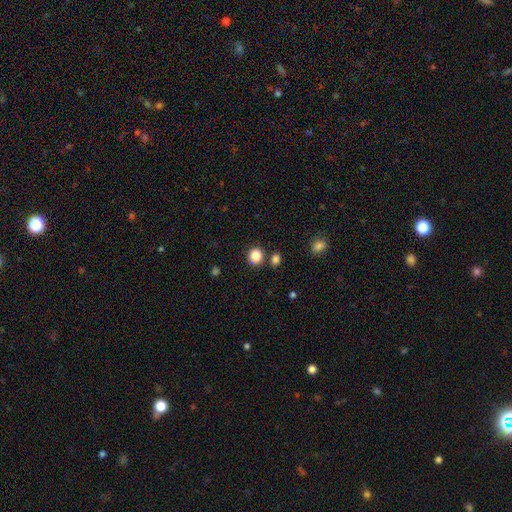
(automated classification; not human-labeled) A smooth galaxy with no disk features (86%) that is round (85%).

Vote fractions:
- Smooth or featured? smooth: 86% / star or artifact: 11% / featured or disk: 3%
- How rounded? round: 85% / in between: 14% / cigar-shaped: 1%
- Merging? none: 80% / minor disturbance: 9% / merger: 8% / major disturbance: 3%